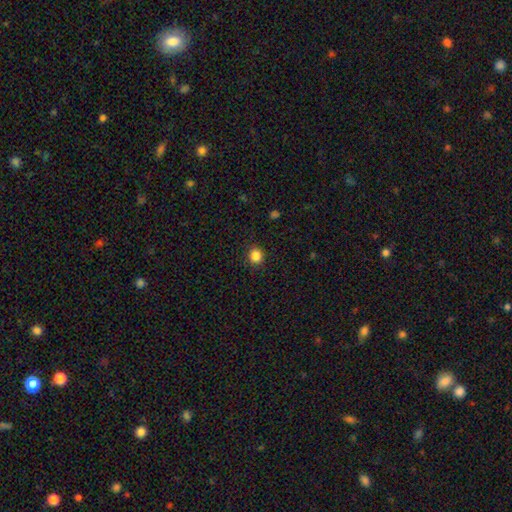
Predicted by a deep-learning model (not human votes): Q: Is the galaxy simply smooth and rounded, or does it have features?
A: smooth — 85%.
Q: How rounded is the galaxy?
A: round — 86%.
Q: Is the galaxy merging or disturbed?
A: none — 90%.